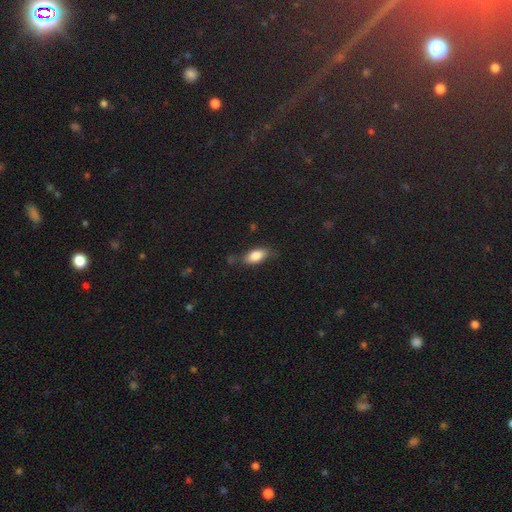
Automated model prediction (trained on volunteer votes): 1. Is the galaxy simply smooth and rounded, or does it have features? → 81% smooth, 11% featured or disk, 8% star or artifact.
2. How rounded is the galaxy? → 87% in between, 9% cigar-shaped, 4% round.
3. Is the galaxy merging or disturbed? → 69% none, 22% minor disturbance, 6% major disturbance, 3% merger.